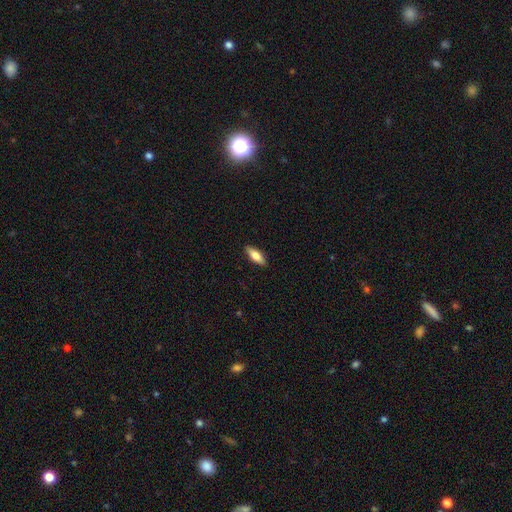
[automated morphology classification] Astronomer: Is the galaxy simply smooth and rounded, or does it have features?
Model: smooth — 71%.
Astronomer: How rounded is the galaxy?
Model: in between — 64%.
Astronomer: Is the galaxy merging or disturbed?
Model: none — 89%.